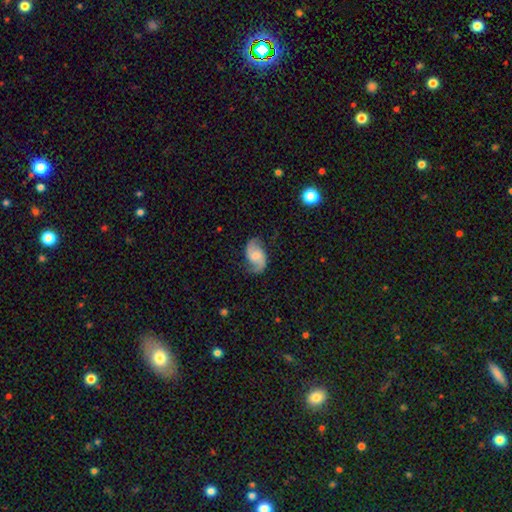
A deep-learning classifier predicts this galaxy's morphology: Smooth or featured? featured or disk (76%)
Edge-on disk? no (97%)
Bar? weak (47%)
Spiral arms? yes (95%)
Spiral winding? loose (47%)
Spiral arm count? 2 (91%)
Bulge size? moderate (41%)
Merging? none (74%)